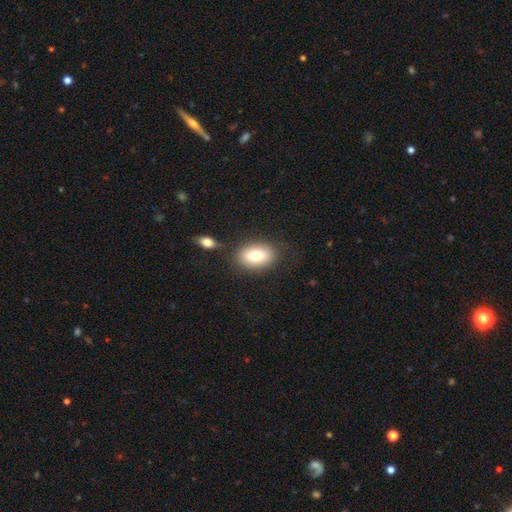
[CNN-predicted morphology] smooth-or-featured: smooth: 82% | featured or disk: 11% | star or artifact: 7%
  how-rounded: in between: 88% | round: 11% | cigar-shaped: 2%
  merging: none: 77% | minor disturbance: 12% | merger: 7% | major disturbance: 4%